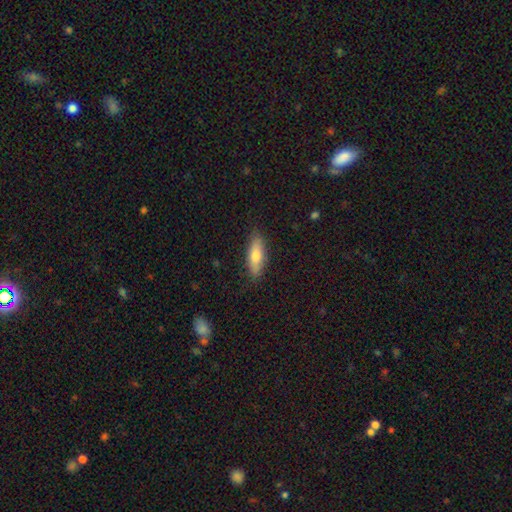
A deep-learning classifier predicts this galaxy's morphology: smooth 68%, featured or disk 26%, star or artifact 6%. Down the decision tree: how rounded — in between (52%); merging — none (85%).